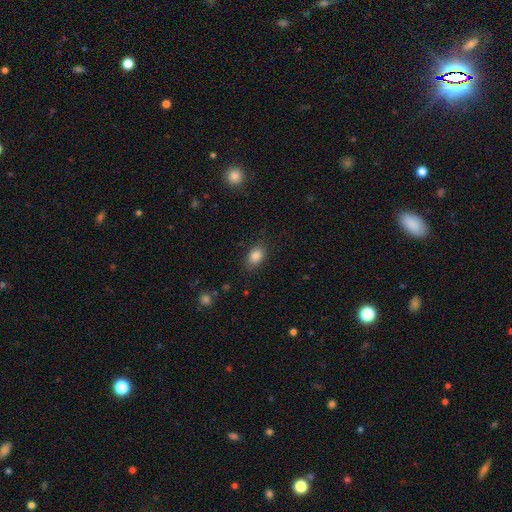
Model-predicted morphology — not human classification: Smooth or featured?
  - smooth: 85% *
  - star or artifact: 9%
  - featured or disk: 6%
How rounded?
  - in between: 81% *
  - round: 17%
  - cigar-shaped: 1%
Merging?
  - none: 84% *
  - minor disturbance: 12%
  - major disturbance: 3%
  - merger: 1%